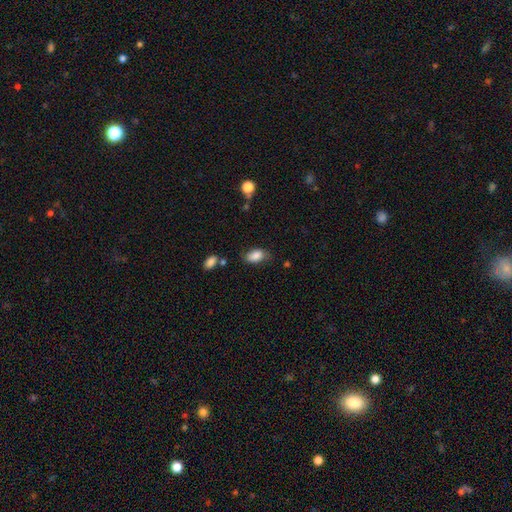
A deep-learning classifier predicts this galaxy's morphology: The model was most divided on "merging": none: 70%, minor disturbance: 22%, major disturbance: 6%, merger: 3%. More confident: how rounded — in between (91%); smooth or featured — smooth (86%).